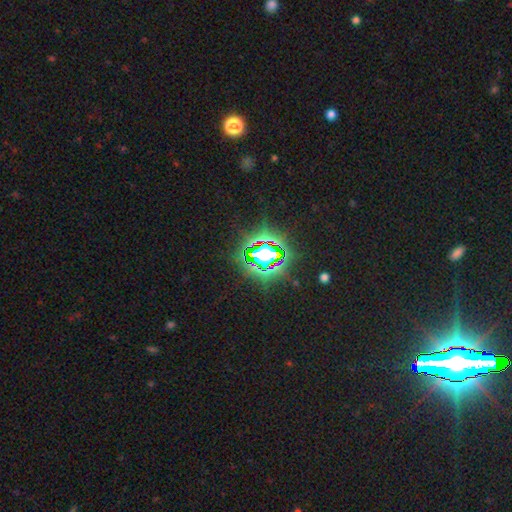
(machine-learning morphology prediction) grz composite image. It shows a star or artifact, not a galaxy (81%).